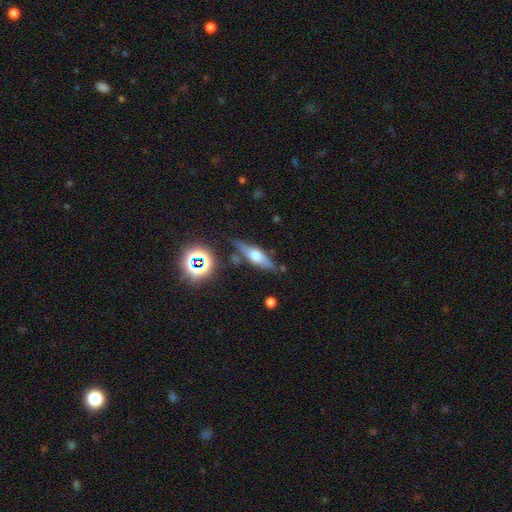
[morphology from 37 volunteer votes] Volunteers were most divided on "smooth or featured": featured or disk: 57%, smooth: 38%, star or artifact: 5%. More confident: edge-on bulge — rounded (100%); edge-on disk — yes (95%); merging — none (77%).